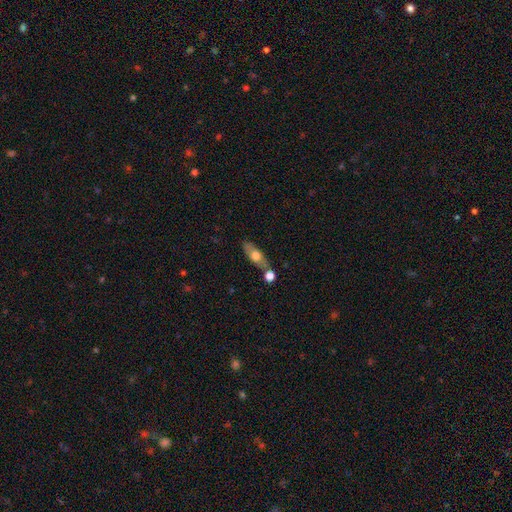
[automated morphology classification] A smooth galaxy with no disk features (54%) that is in between round and cigar-shaped (61%). Merging: none (62%).